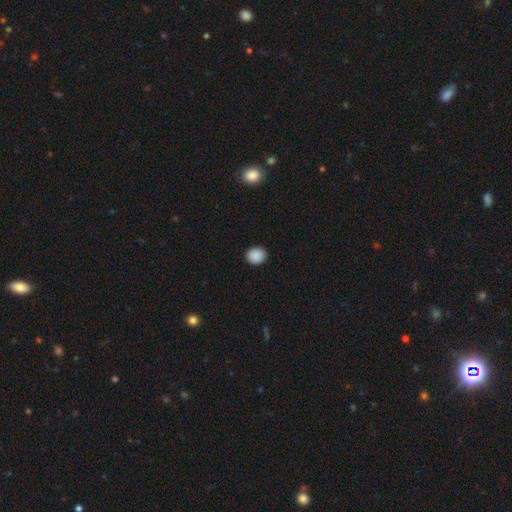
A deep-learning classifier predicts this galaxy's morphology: smooth 89%, star or artifact 9%, featured or disk 3%. Down the decision tree: how rounded — round (66%); merging — none (91%).